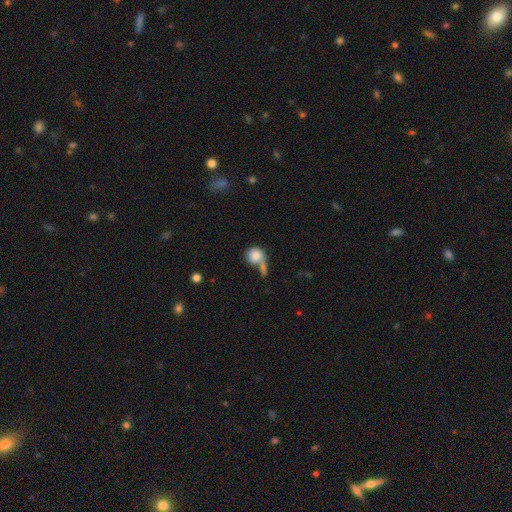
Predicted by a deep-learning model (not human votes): This is likely a smooth galaxy (79%). How rounded: clearly round (81%). Merging: marginally merger (39%).